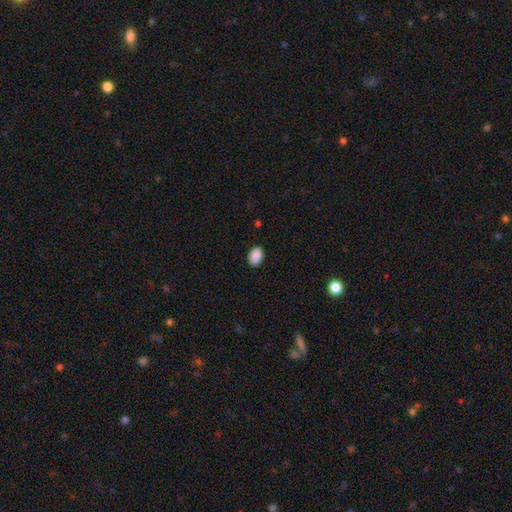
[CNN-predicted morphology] Smooth or featured? smooth (90%)
How rounded? in between (84%)
Merging? none (88%)